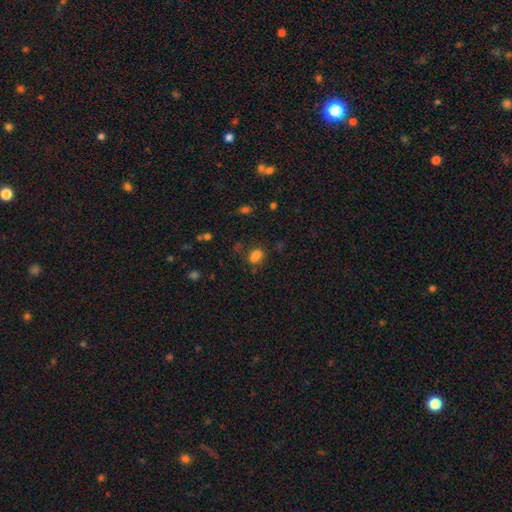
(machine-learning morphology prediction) This appears to be a smooth galaxy with no disk features (72%) that is in between round and cigar-shaped (60%). Merging: none (51%).